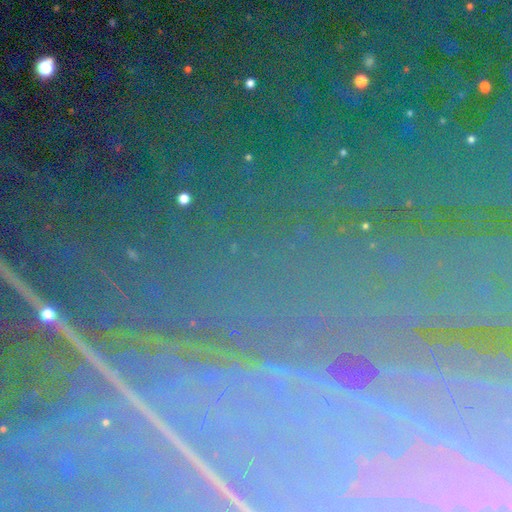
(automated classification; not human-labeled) This is likely a star or artifact rather than a galaxy (78%).